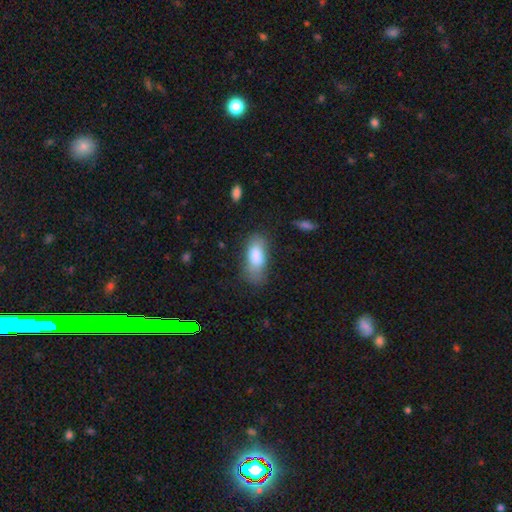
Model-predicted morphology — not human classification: smooth_or_featured: smooth (p=0.80) [alt: featured or disk p=0.13]
how_rounded: in between (p=0.85) [alt: cigar-shaped p=0.13]
merging: none (p=0.64) [alt: minor disturbance p=0.25]